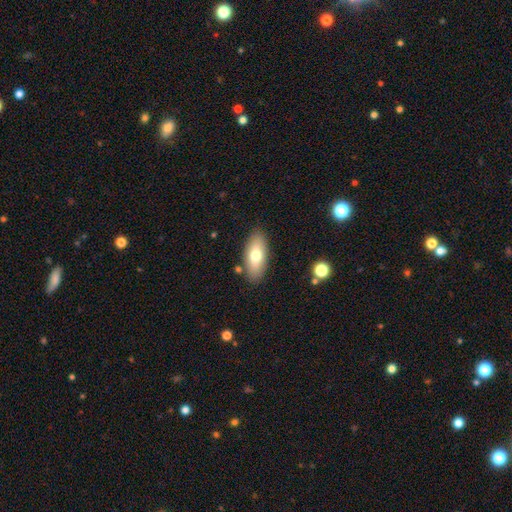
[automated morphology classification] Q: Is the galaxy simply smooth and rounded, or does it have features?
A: smooth — 72%.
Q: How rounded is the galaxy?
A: in between — 84%.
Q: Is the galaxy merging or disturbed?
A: none — 85%.